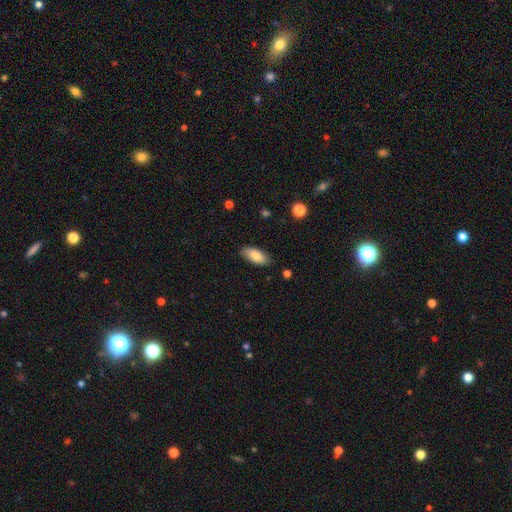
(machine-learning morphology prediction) Smooth or featured? smooth (83%)
How rounded? in between (88%)
Merging? none (84%)